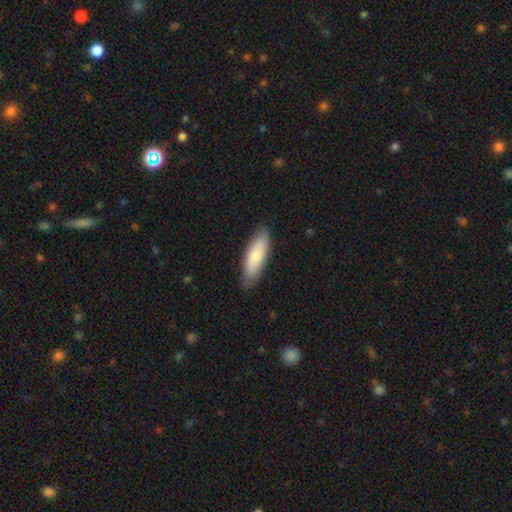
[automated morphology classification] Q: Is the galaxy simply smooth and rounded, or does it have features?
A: smooth — 78%.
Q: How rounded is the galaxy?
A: in between — 62%.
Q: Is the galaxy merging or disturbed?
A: none — 82%.